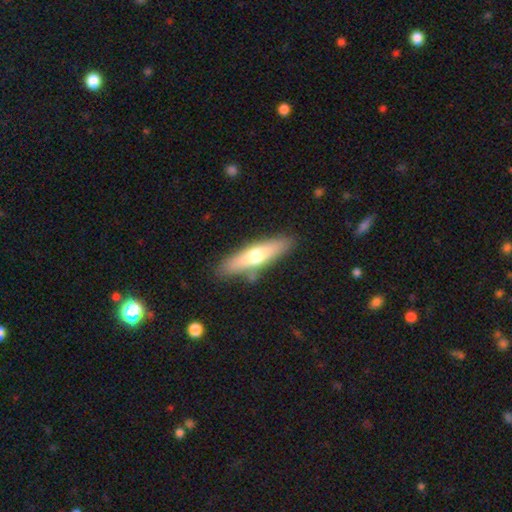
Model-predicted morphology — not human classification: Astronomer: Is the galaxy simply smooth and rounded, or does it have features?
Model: smooth — 56% (runner-up: featured or disk, 38%).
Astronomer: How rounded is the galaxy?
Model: cigar-shaped — 70%.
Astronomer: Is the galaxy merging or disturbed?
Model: none — 81%.